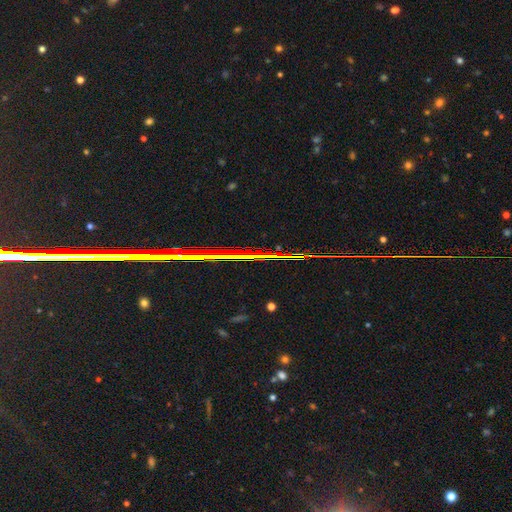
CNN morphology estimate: The model was most divided on "smooth or featured": star or artifact: 83%, featured or disk: 10%, smooth: 8%.